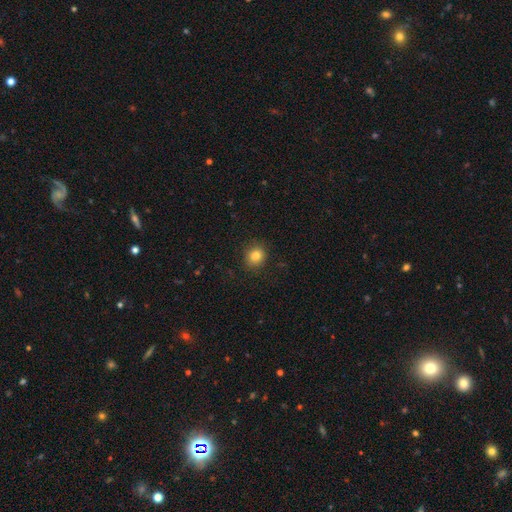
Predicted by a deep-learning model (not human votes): Smooth or featured? smooth (83%)
How rounded? round (80%)
Merging? none (89%)